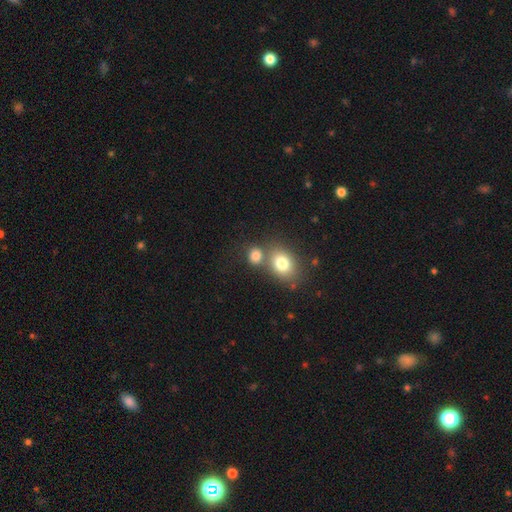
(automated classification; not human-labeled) The model was most divided on "merging": none: 51%, merger: 34%, minor disturbance: 10%, major disturbance: 4%. More confident: smooth or featured — smooth (81%); how rounded — round (59%).